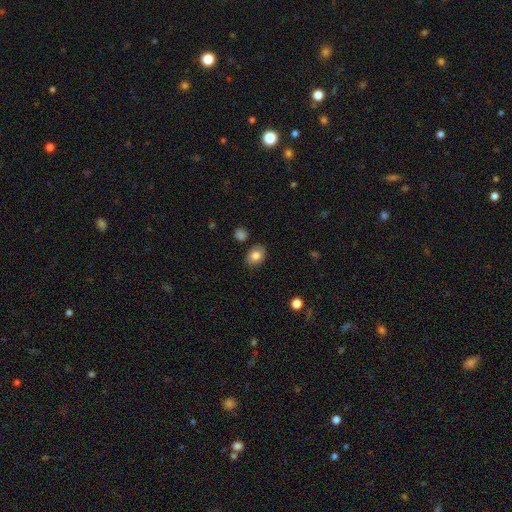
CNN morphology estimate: Smooth or featured? smooth (81%)
How rounded? in between (63%)
Merging? none (83%)